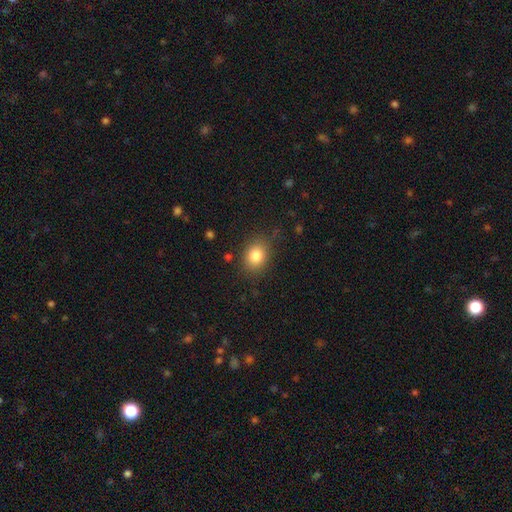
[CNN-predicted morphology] Smooth or featured? Predicted: smooth (p=0.83). How rounded? Predicted: in between (p=0.50). Merging? Predicted: none (p=0.81).